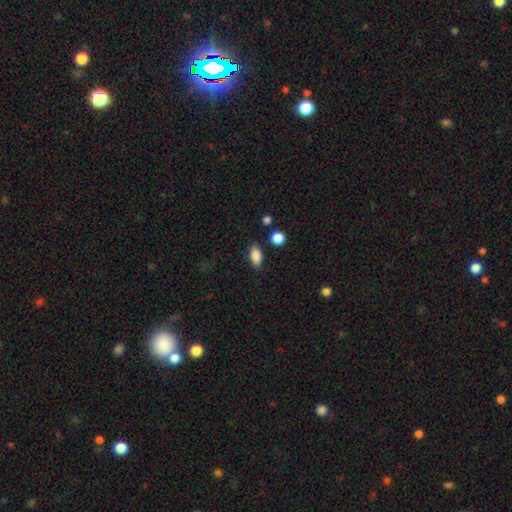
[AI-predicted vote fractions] Morphology: type=smooth (88%); roundness=in between (88%); merging=none (83%).